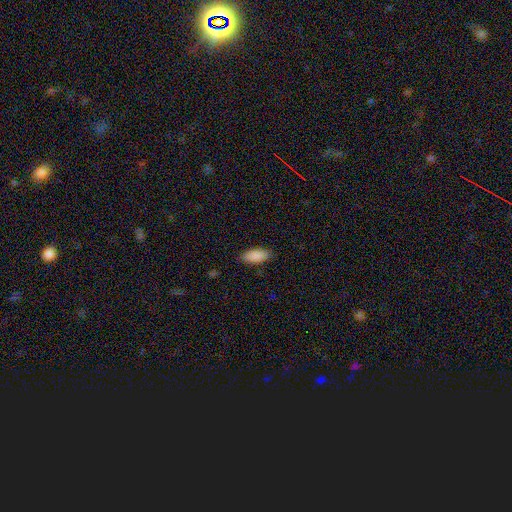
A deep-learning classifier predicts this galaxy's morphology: Q: Smooth or featured?
A: smooth (89%); runner-up: star or artifact (6%)
Q: How rounded?
A: in between (87%); runner-up: cigar-shaped (12%)
Q: Merging?
A: none (86%); runner-up: minor disturbance (11%)